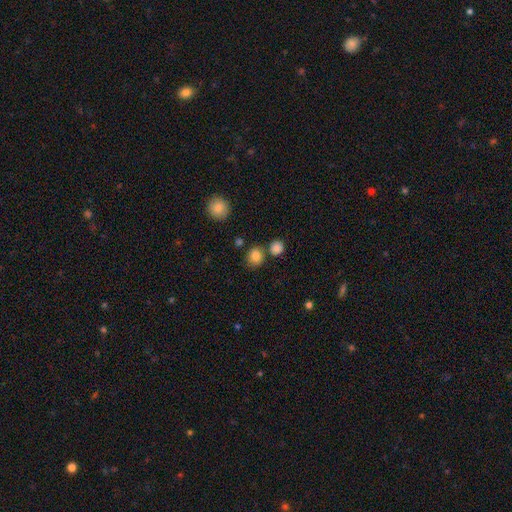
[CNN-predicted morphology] A smooth galaxy with no disk features (83%) that is round (77%).

Vote fractions:
- Smooth or featured? smooth: 83% / star or artifact: 11% / featured or disk: 5%
- How rounded? round: 77% / in between: 22% / cigar-shaped: 1%
- Merging? none: 71% / merger: 15% / minor disturbance: 11% / major disturbance: 3%